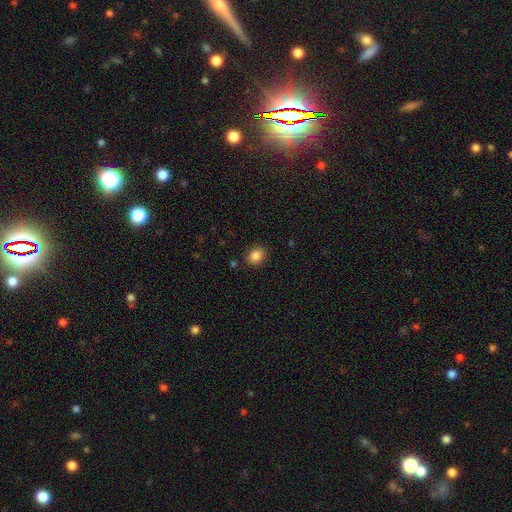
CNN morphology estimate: The model was most divided on "how rounded": in between: 52%, round: 47%, cigar-shaped: 1%. More confident: merging — none (87%); smooth or featured — smooth (86%).